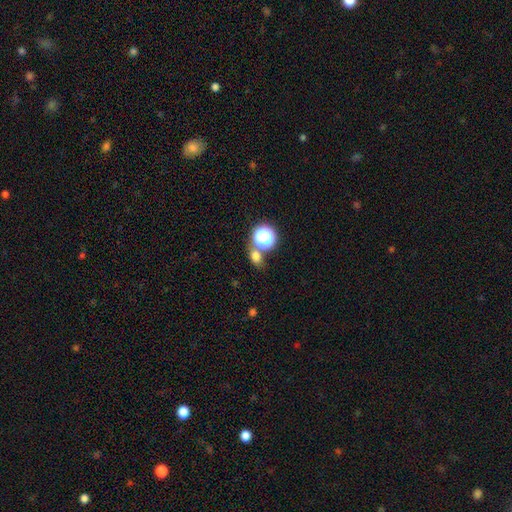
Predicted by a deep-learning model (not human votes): Smooth or featured?
  - smooth: 70% *
  - star or artifact: 22%
  - featured or disk: 8%
How rounded?
  - round: 51% *
  - in between: 47%
  - cigar-shaped: 2%
Merging?
  - none: 60% *
  - merger: 23%
  - minor disturbance: 11%
  - major disturbance: 5%